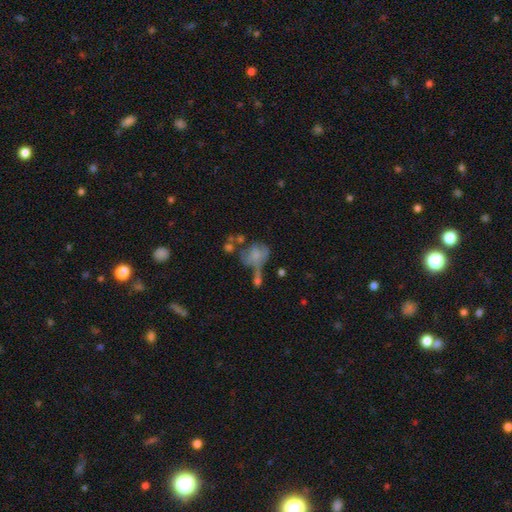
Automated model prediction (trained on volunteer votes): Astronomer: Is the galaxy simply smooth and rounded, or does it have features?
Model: smooth — 54% (runner-up: featured or disk, 35%).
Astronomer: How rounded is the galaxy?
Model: in between — 52% (runner-up: round, 46%).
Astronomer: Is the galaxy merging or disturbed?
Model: major disturbance — 29% (runner-up: none, 26%).